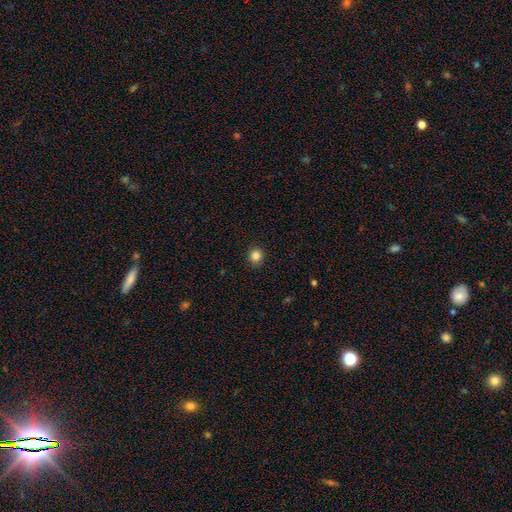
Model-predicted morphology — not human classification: Smooth or featured? smooth (84%)
How rounded? round (89%)
Merging? none (92%)